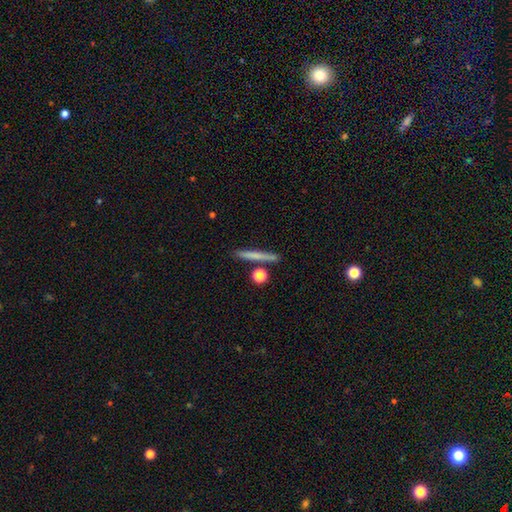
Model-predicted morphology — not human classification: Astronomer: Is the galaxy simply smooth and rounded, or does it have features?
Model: smooth — 66%.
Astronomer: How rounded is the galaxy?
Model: cigar-shaped — 92%.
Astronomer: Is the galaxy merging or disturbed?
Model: none — 83%.